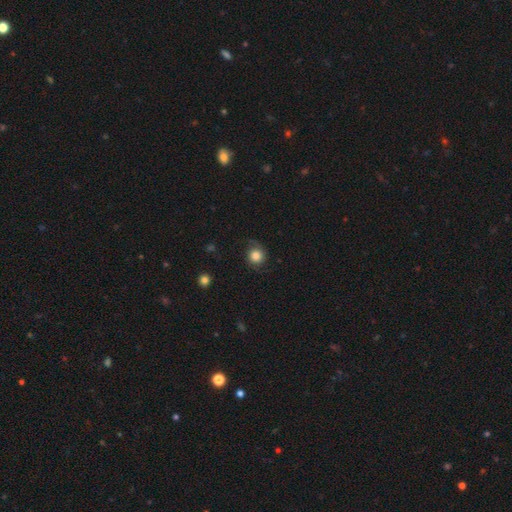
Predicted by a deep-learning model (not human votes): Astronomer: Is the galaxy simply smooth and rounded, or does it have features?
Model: smooth — 77%.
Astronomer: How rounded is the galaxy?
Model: round — 88%.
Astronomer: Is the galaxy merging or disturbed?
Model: none — 70%.